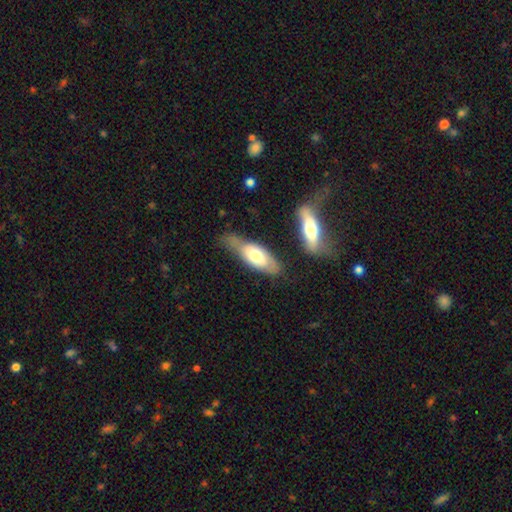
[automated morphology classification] type=smooth (57%); roundness=in between (73%); merging=none (51%).